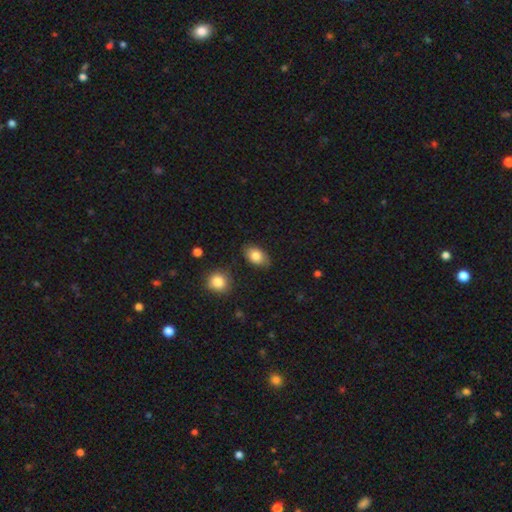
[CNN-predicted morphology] Smooth or featured: smooth — 82% (featured or disk — 10%)
How rounded: in between — 88% (round — 11%)
Merging: none — 83% (minor disturbance — 12%)